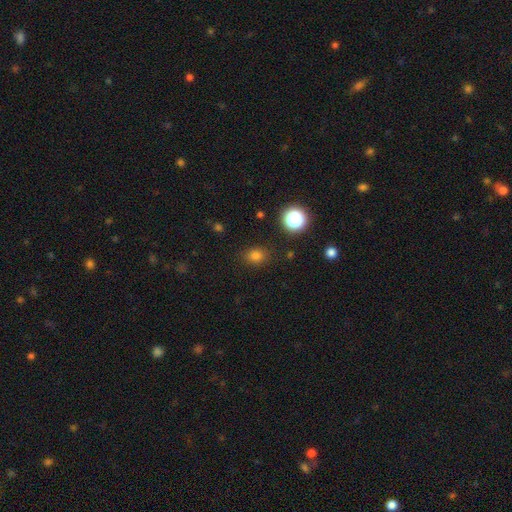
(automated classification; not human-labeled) smooth 77%, star or artifact 18%, featured or disk 6%. Down the decision tree: how rounded — round (61%); merging — none (85%).